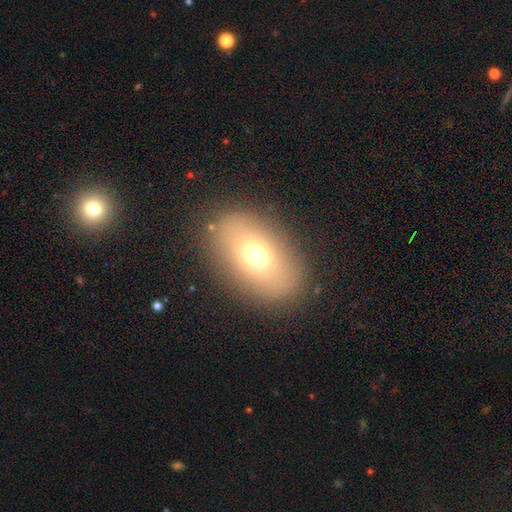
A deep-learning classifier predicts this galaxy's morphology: This is likely a smooth galaxy (69%). How rounded: clearly in between (86%). Merging: clearly none (85%).